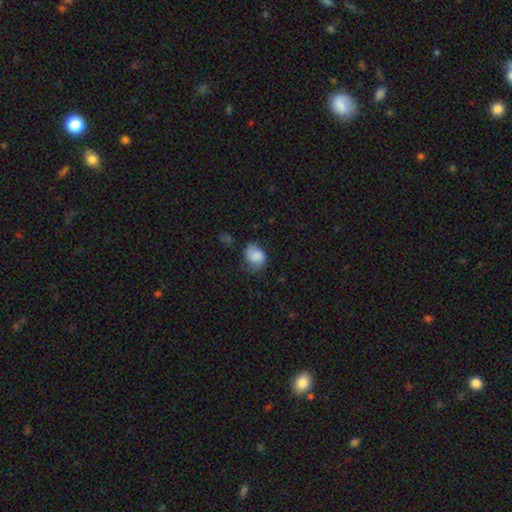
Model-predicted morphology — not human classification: Smooth or featured? Predicted: smooth (p=0.74). How rounded? Predicted: in between (p=0.53). Merging? Predicted: none (p=0.49).